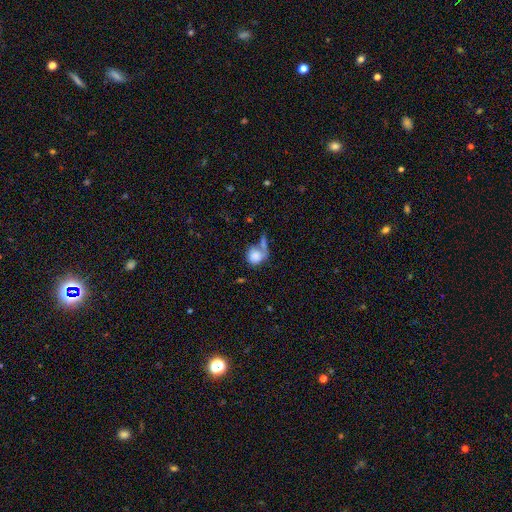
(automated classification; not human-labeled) This is likely a smooth galaxy (77%). How rounded: likely round (67%). Merging: marginally merger (40%).